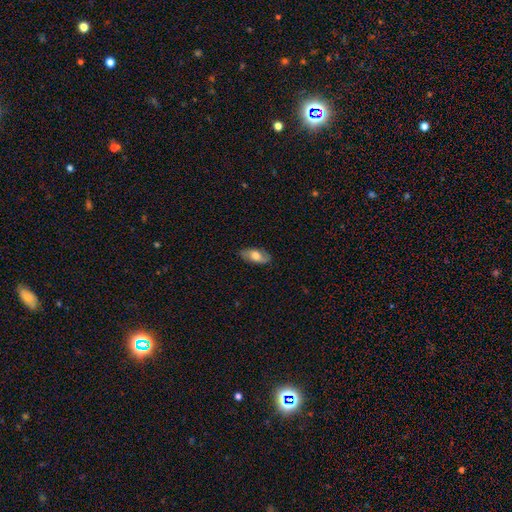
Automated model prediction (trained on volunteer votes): smooth 58%, featured or disk 35%, star or artifact 6%. Down the decision tree: how rounded — in between (88%); merging — none (82%).